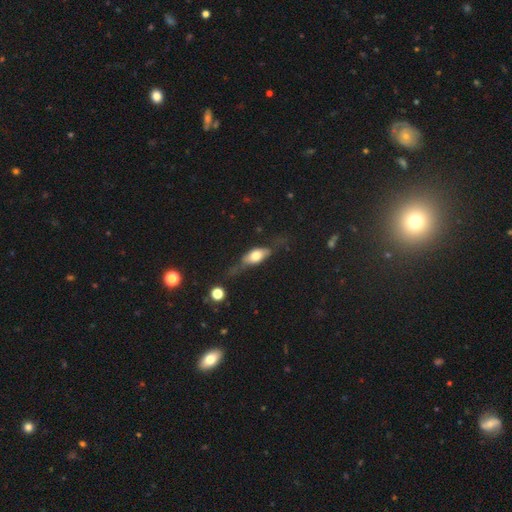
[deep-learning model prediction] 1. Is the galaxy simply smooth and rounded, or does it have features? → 48% smooth, 45% featured or disk, 7% star or artifact.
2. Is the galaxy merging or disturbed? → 49% none, 26% minor disturbance, 21% major disturbance, 4% merger.